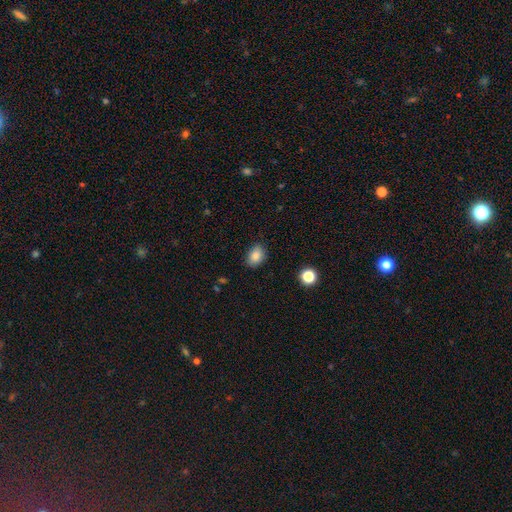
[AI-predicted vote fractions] Overall: smooth (86%). How rounded: in between (78%). Merging: none (82%).